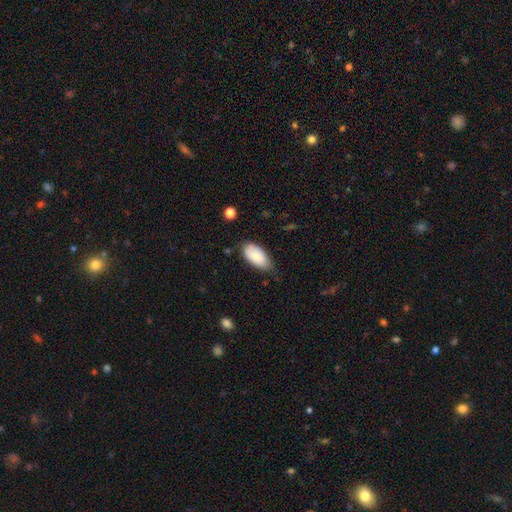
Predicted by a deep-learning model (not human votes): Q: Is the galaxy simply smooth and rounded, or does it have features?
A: smooth — 79%.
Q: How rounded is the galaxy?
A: in between — 95%.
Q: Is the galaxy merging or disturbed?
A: none — 65%.